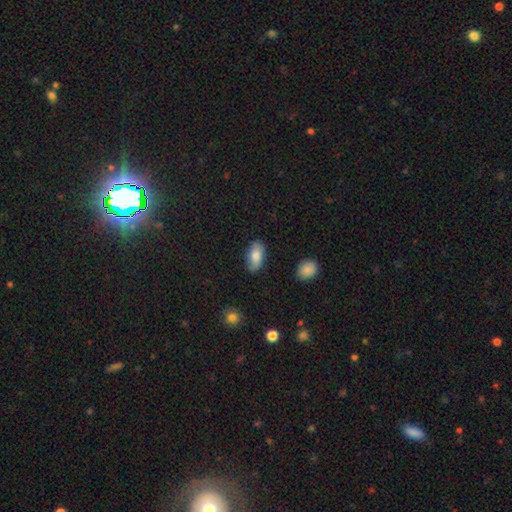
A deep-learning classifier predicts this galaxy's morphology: A smooth galaxy with no disk features (80%) that is in between round and cigar-shaped (93%). Merging: none (81%).